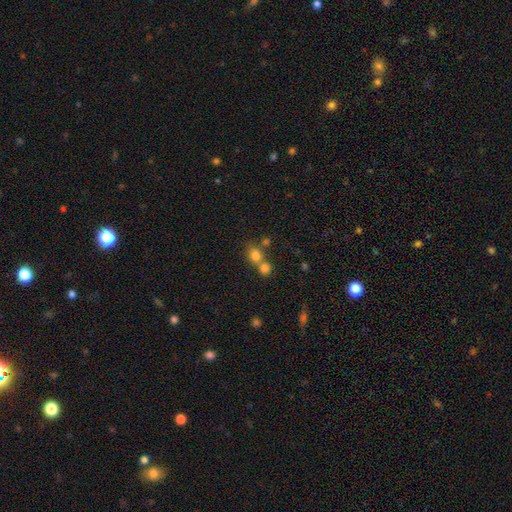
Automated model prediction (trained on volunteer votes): smooth-or-featured: smooth: 77% | star or artifact: 13% | featured or disk: 10%
  how-rounded: round: 69% | in between: 30% | cigar-shaped: 1%
  merging: merger: 49% | none: 39% | minor disturbance: 8% | major disturbance: 4%